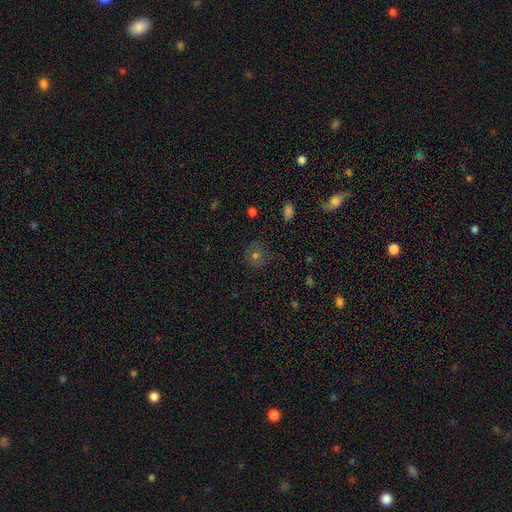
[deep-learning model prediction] Smooth or featured? Predicted: smooth (p=0.53). How rounded? Predicted: round (p=0.87). Merging? Predicted: none (p=0.81).